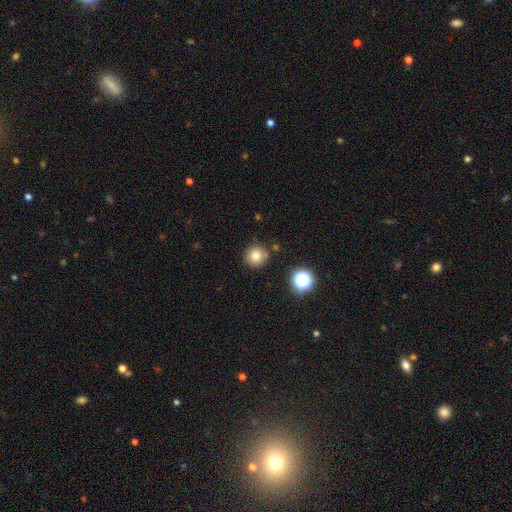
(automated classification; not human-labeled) Smooth or featured: smooth — 78% (star or artifact — 14%)
How rounded: round — 94% (in between — 5%)
Merging: none — 84% (minor disturbance — 9%)